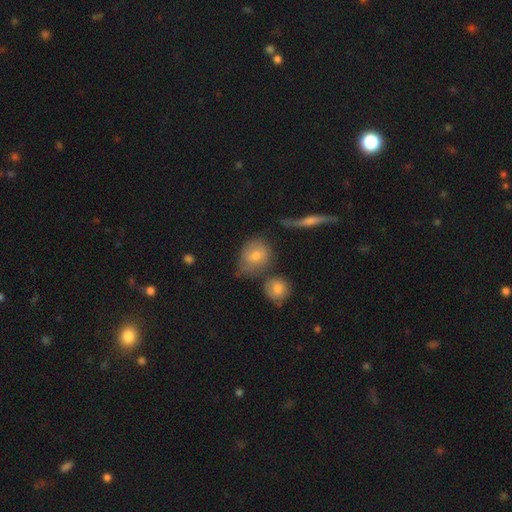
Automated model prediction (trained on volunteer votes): A smooth galaxy with no disk features (62%) that is round (55%).

Vote fractions:
- Smooth or featured? smooth: 62% / featured or disk: 27% / star or artifact: 11%
- How rounded? round: 55% / in between: 43% / cigar-shaped: 3%
- Merging? none: 52% / minor disturbance: 23% / merger: 15% / major disturbance: 10%